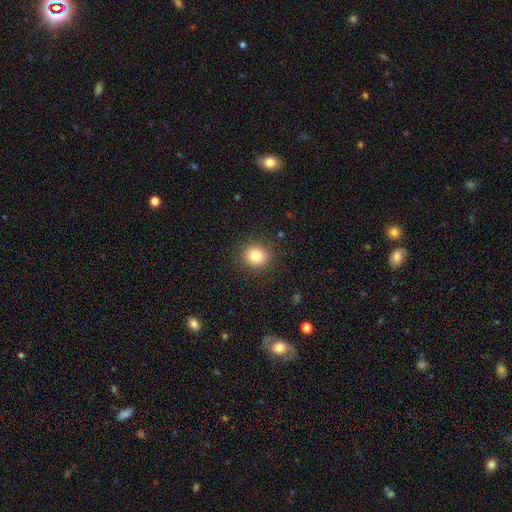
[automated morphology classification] Q: Smooth or featured?
A: smooth (84%); runner-up: star or artifact (10%)
Q: How rounded?
A: round (83%); runner-up: in between (16%)
Q: Merging?
A: none (88%); runner-up: minor disturbance (8%)